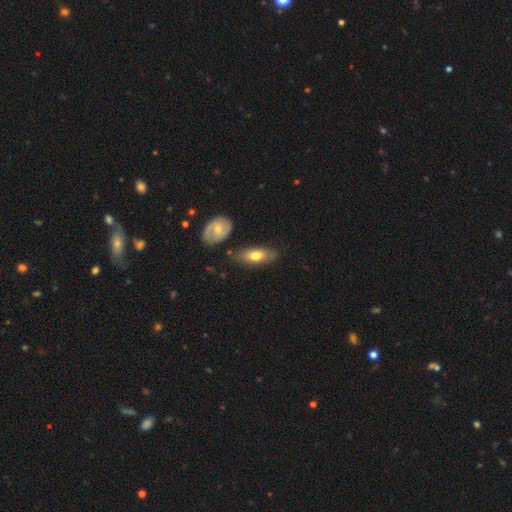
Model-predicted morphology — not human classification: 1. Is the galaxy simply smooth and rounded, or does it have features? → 64% smooth, 30% featured or disk, 6% star or artifact.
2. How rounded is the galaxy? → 74% in between, 22% cigar-shaped, 4% round.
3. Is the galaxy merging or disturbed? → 77% none, 15% minor disturbance, 5% merger, 3% major disturbance.